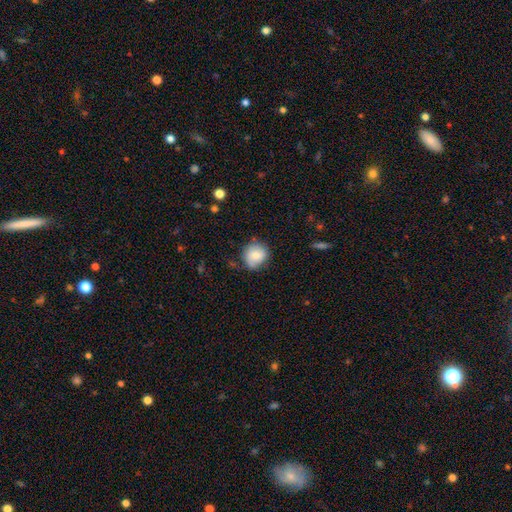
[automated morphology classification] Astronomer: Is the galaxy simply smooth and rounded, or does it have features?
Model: smooth — 75%.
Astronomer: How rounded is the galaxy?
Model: round — 80%.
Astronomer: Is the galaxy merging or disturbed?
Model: none — 69%.